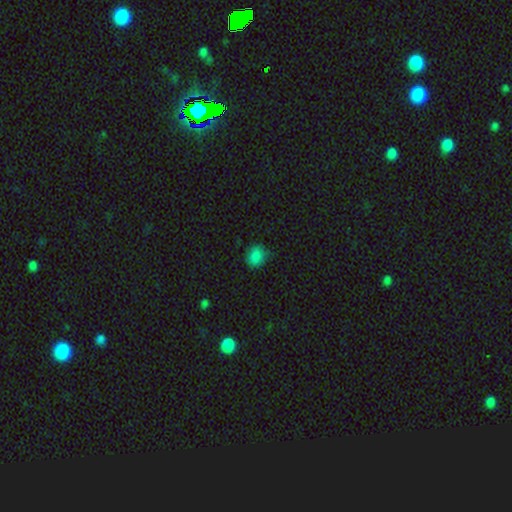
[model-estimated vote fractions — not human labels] A smooth galaxy with no disk features (83%) that is round (73%).

Vote fractions:
- Smooth or featured? smooth: 83% / star or artifact: 12% / featured or disk: 5%
- How rounded? round: 73% / in between: 26% / cigar-shaped: 1%
- Merging? none: 72% / minor disturbance: 22% / major disturbance: 4% / merger: 1%